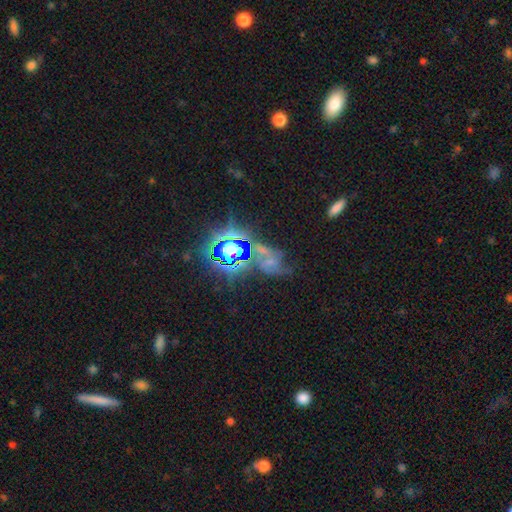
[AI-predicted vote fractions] This appears to be a star or artifact, not a galaxy (75%).